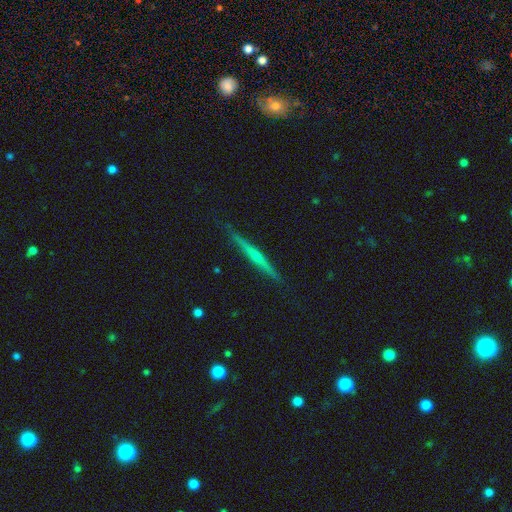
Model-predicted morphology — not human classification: Smooth or featured? featured or disk (71%)
Edge-on disk? yes (98%)
Edge-on bulge? rounded (60%)
Merging? none (89%)